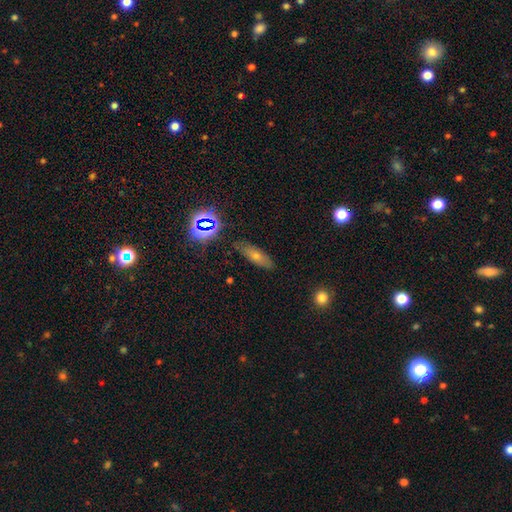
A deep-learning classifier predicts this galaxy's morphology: Overall: smooth (56%; featured or disk 25%). How rounded: in between (48%; cigar-shaped 46%). Merging: none (85%).